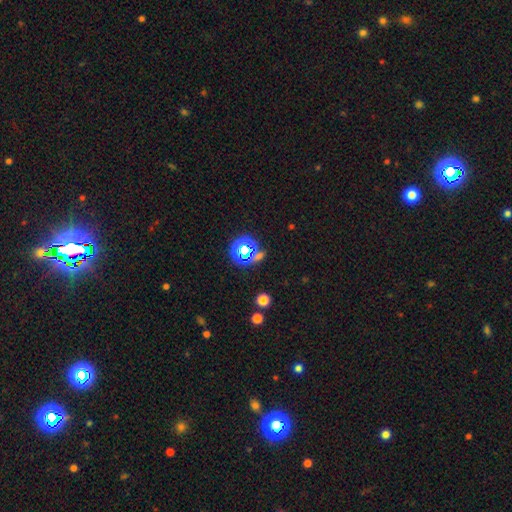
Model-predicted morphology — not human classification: Smooth or featured? star or artifact (63%)